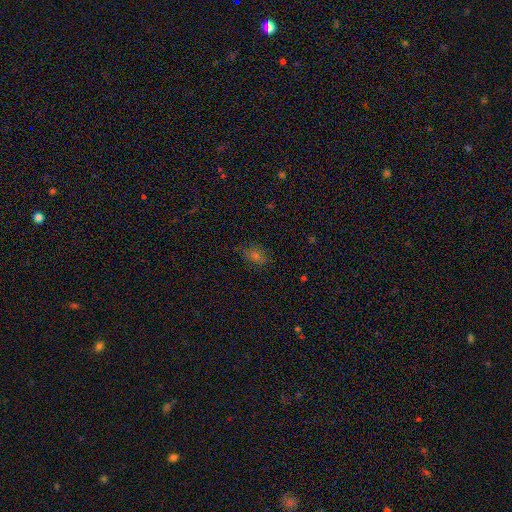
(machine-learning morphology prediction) This appears to be a smooth galaxy with no disk features (52%) that is in between round and cigar-shaped (74%). Merging: none (75%).